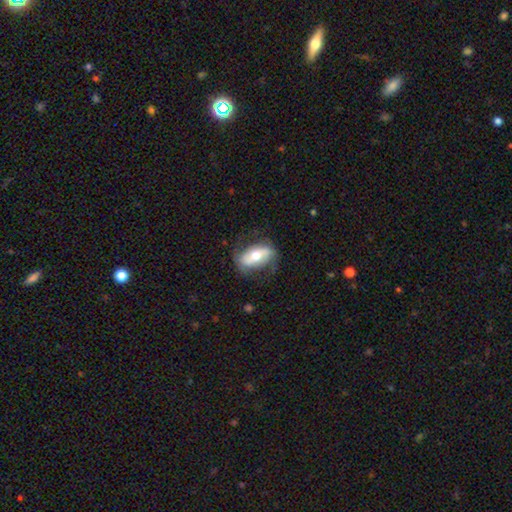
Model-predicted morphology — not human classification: smooth-or-featured: featured or disk: 50% | smooth: 44% | star or artifact: 6%
  disk-edge-on: no: 83% | yes: 17%
  merging: none: 70% | minor disturbance: 20% | major disturbance: 9% | merger: 1%